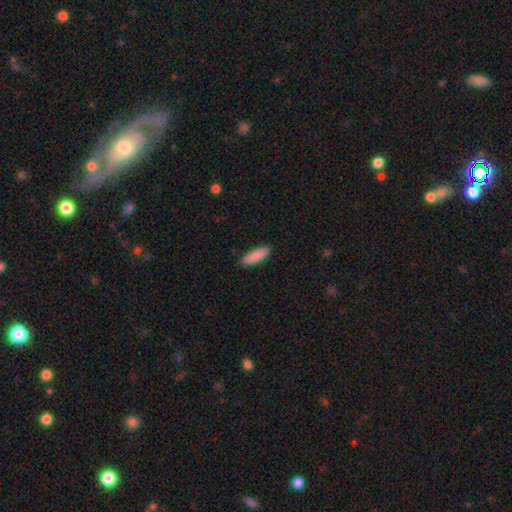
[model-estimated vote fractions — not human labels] Smooth or featured? Predicted: smooth (p=0.90). How rounded? Predicted: in between (p=0.56). Merging? Predicted: none (p=0.88).